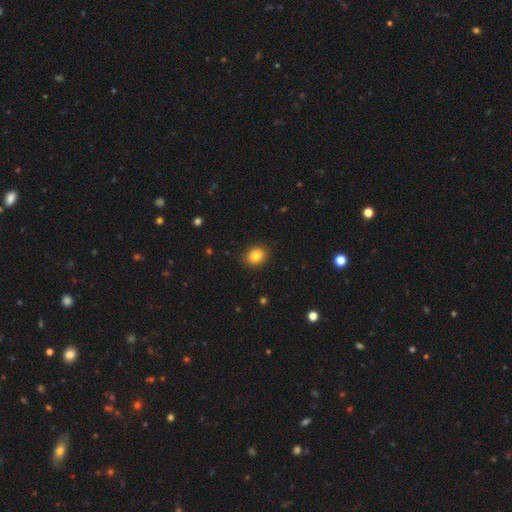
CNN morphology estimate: This appears to be a smooth galaxy with no disk features (84%) that is round (58%). Merging: none (89%).